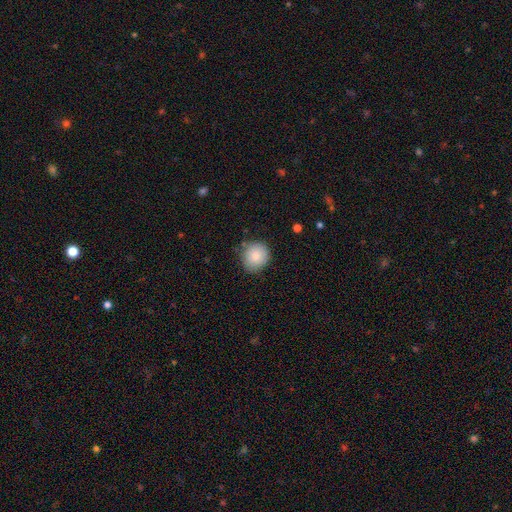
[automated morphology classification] A smooth galaxy with no disk features (86%) that is round (89%). Merging: none (83%).